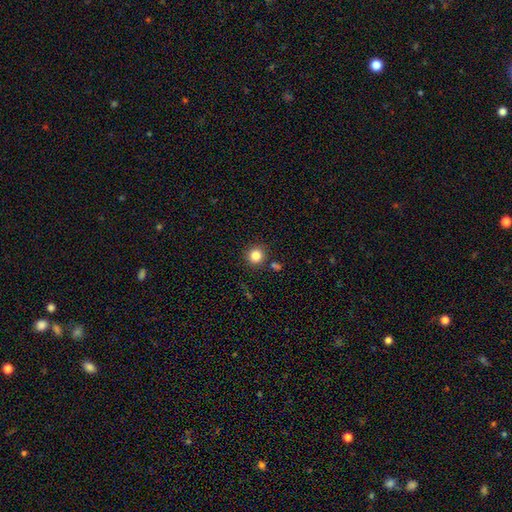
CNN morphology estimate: smooth 83%, star or artifact 11%, featured or disk 5%. Down the decision tree: how rounded — round (93%); merging — none (86%).